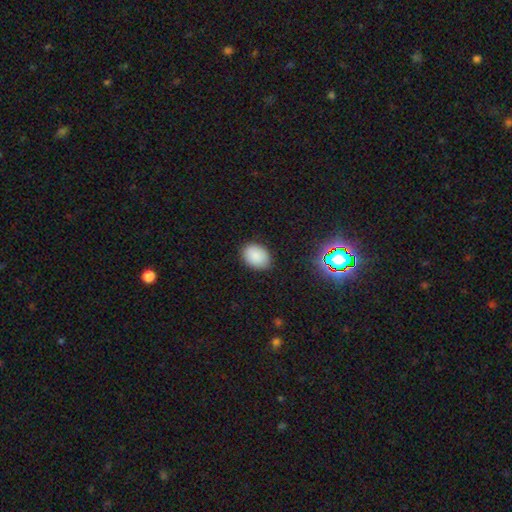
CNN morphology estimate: type=smooth (85%); roundness=in between (72%); merging=none (86%).